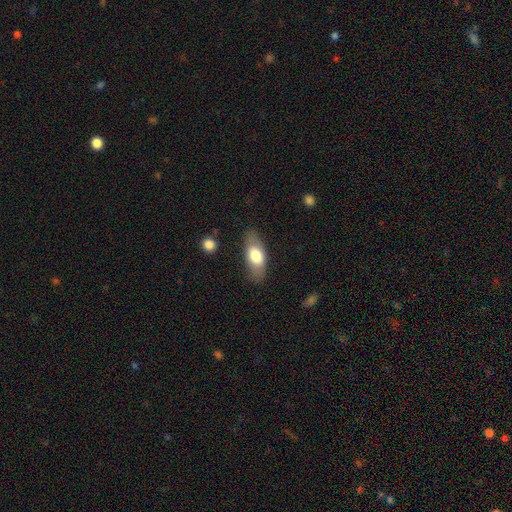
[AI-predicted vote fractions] Smooth or featured: smooth — 71% (featured or disk — 23%)
How rounded: in between — 82% (cigar-shaped — 14%)
Merging: none — 81% (minor disturbance — 13%)